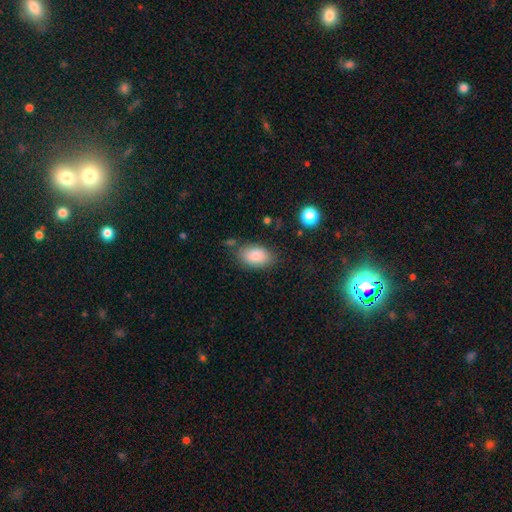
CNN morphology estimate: smooth_or_featured: smooth (p=0.85) [alt: featured or disk p=0.07]
how_rounded: in between (p=0.91) [alt: round p=0.08]
merging: none (p=0.77) [alt: minor disturbance p=0.15]